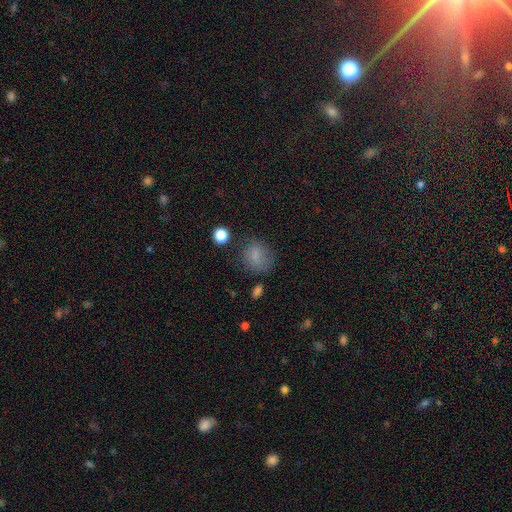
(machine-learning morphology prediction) This appears to be a smooth galaxy with no disk features (78%) that is round (60%). Merging: none (70%).